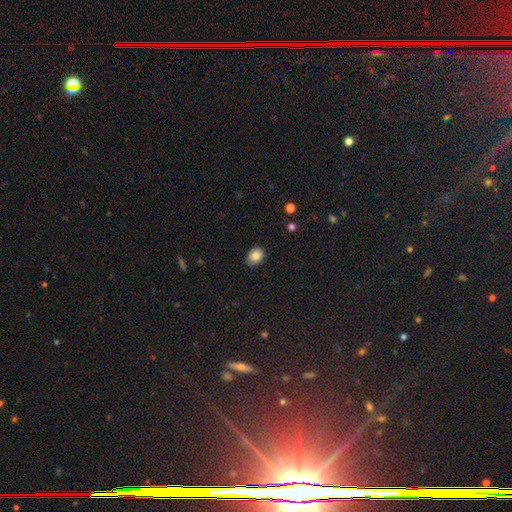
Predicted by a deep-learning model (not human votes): A smooth galaxy with no disk features (83%) that is in between round and cigar-shaped (63%). Merging: none (80%).